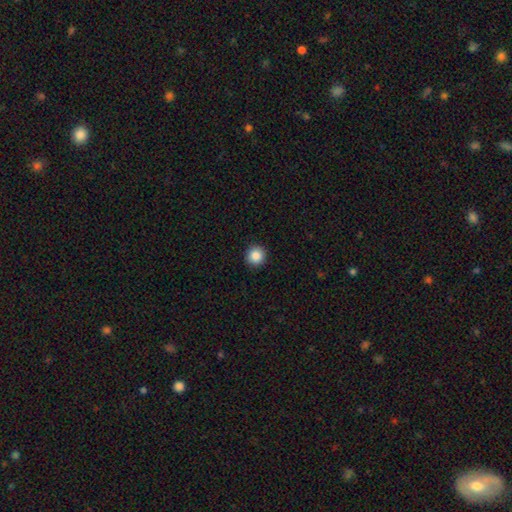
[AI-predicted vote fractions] Smooth or featured? smooth (88%)
How rounded? round (95%)
Merging? none (93%)